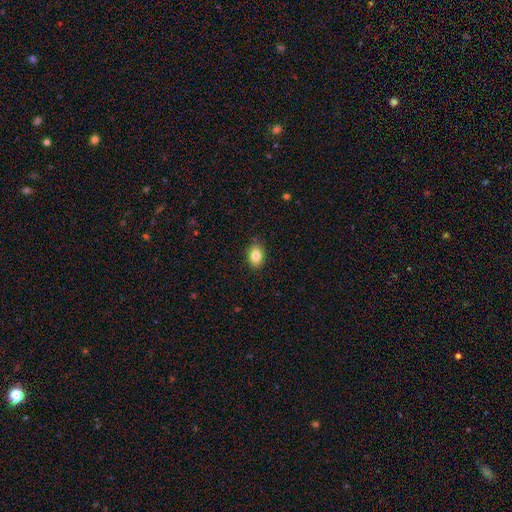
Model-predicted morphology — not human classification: The model was most divided on "how rounded": in between: 77%, round: 22%, cigar-shaped: 1%. More confident: merging — none (86%); smooth or featured — smooth (84%).